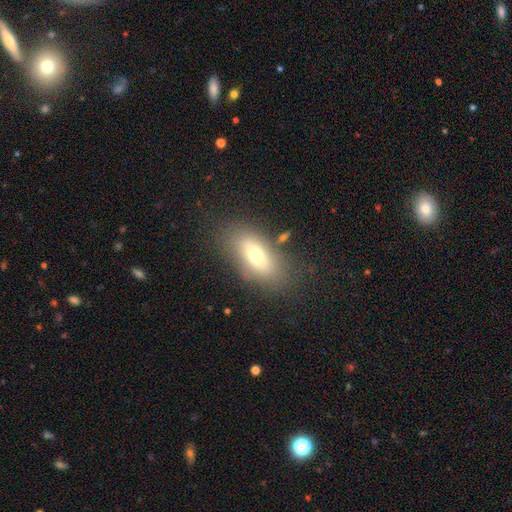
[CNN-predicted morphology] Overall: smooth (66%). How rounded: in between (82%). Merging: none (75%).